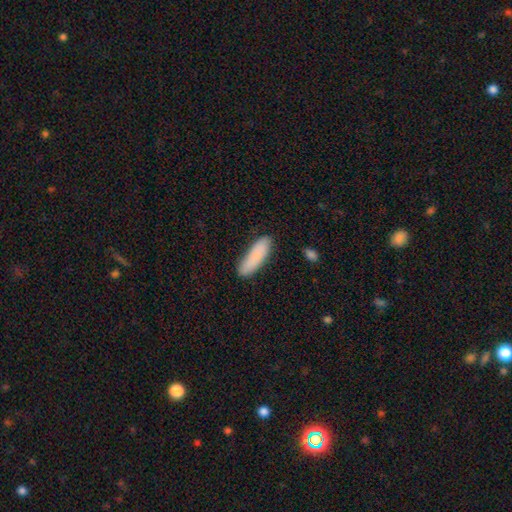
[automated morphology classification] The model was most divided on "how rounded": cigar-shaped: 57%, in between: 42%, round: 1%. More confident: smooth or featured — smooth (86%); merging — none (80%).